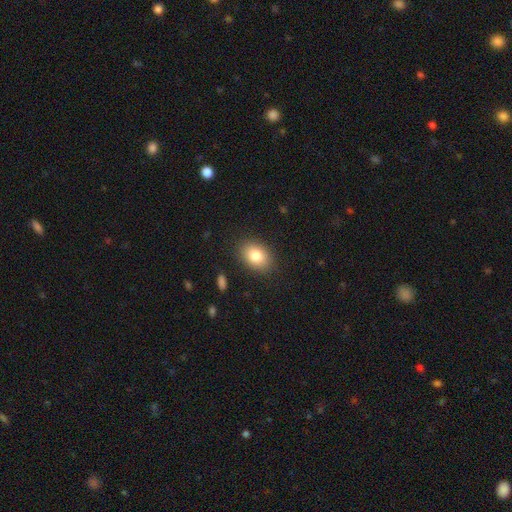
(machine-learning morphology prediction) smooth-or-featured: smooth: 83% | featured or disk: 9% | star or artifact: 8%
  how-rounded: in between: 74% | round: 25% | cigar-shaped: 1%
  merging: none: 87% | minor disturbance: 9% | major disturbance: 3% | merger: 1%